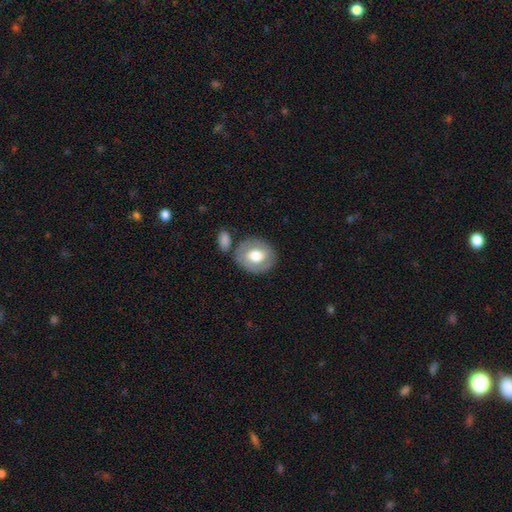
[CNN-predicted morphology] The model was most divided on "smooth or featured": smooth: 58%, featured or disk: 36%, star or artifact: 6%. More confident: merging — none (71%); how rounded — round (65%).